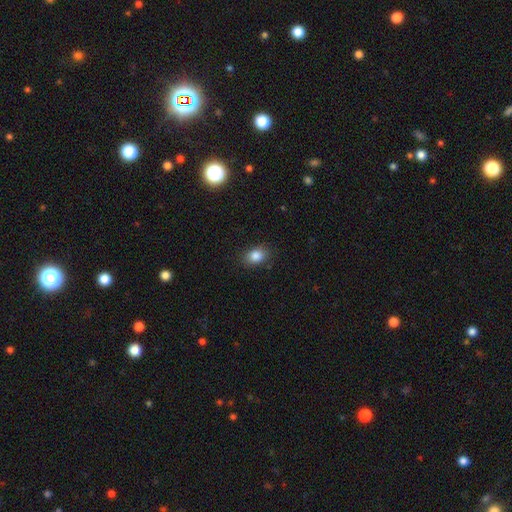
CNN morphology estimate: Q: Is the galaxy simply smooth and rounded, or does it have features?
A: smooth — 85%.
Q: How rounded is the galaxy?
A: in between — 74%.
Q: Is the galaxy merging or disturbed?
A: none — 85%.